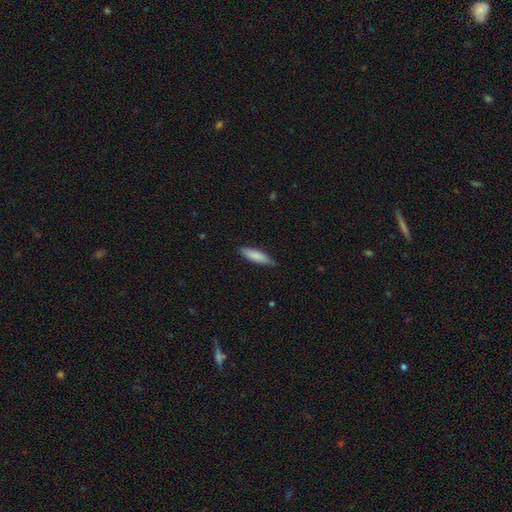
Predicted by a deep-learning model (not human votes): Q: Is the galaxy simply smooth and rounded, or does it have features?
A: smooth — 83%.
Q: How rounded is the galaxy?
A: cigar-shaped — 64%.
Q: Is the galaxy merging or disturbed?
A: none — 81%.